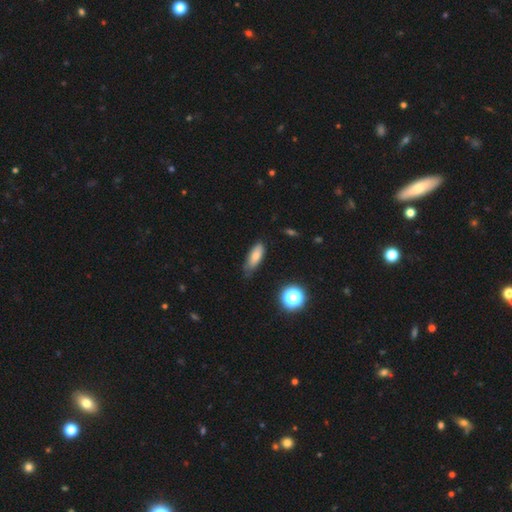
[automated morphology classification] smooth 75%, featured or disk 15%, star or artifact 10%. Down the decision tree: how rounded — in between (68%); merging — none (60%).